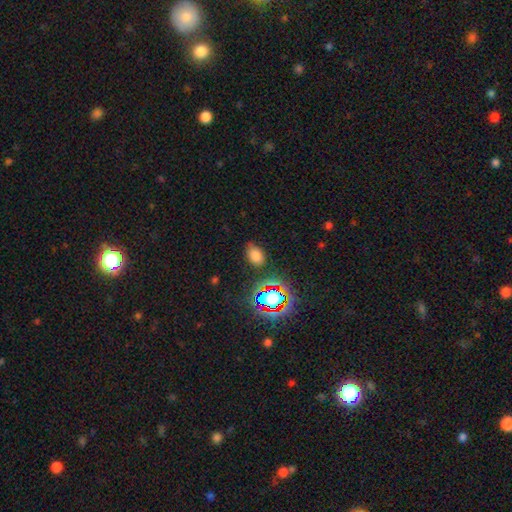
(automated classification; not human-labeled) The model was most divided on "smooth or featured": smooth: 71%, star or artifact: 22%, featured or disk: 7%. More confident: how rounded — in between (82%); merging — none (77%).